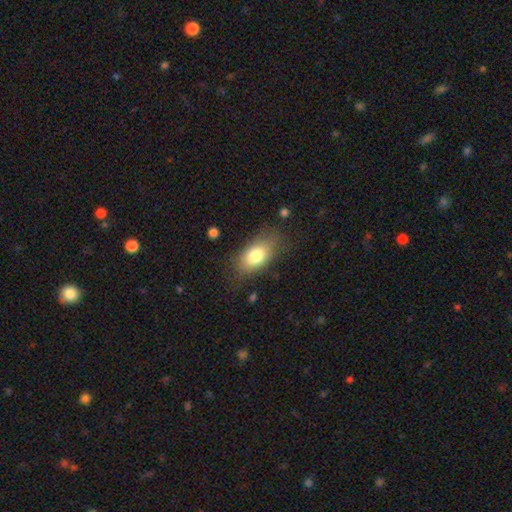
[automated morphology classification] A smooth galaxy with no disk features (79%) that is in between round and cigar-shaped (89%).

Vote fractions:
- Smooth or featured? smooth: 79% / featured or disk: 14% / star or artifact: 7%
- How rounded? in between: 89% / round: 7% / cigar-shaped: 4%
- Merging? none: 76% / minor disturbance: 17% / major disturbance: 6% / merger: 2%